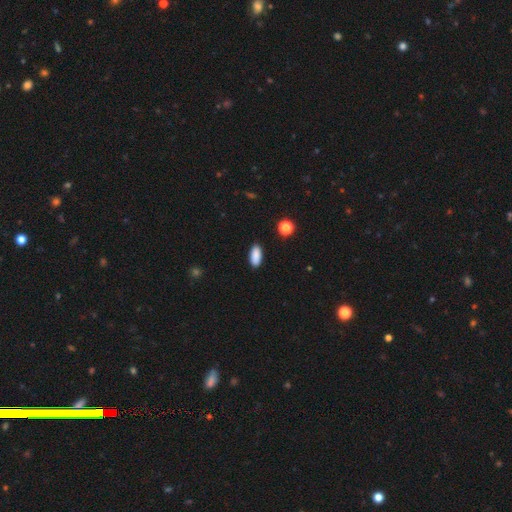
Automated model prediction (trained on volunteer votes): This is clearly a smooth galaxy (89%). How rounded: clearly in between (86%). Merging: clearly none (89%).